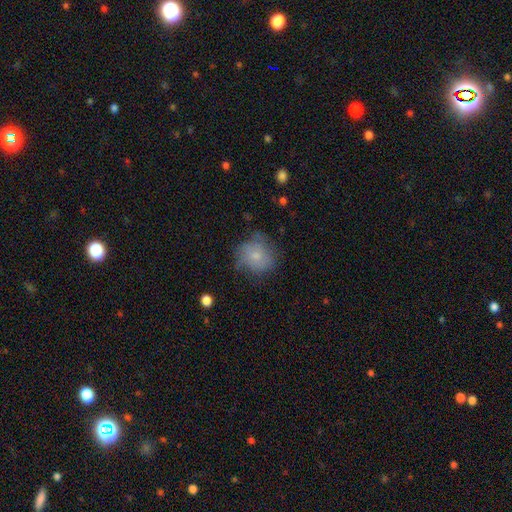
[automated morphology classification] Smooth or featured?
  - smooth: 70% *
  - featured or disk: 21%
  - star or artifact: 9%
How rounded?
  - round: 81% *
  - in between: 18%
  - cigar-shaped: 1%
Merging?
  - none: 59% *
  - minor disturbance: 28%
  - major disturbance: 11%
  - merger: 2%